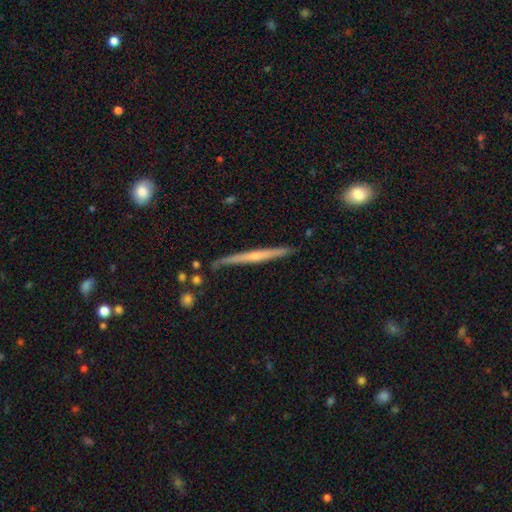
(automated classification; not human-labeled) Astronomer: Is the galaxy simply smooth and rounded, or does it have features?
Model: featured or disk — 64%.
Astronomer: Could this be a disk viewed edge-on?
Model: yes — 97%.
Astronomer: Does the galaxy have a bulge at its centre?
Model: rounded — 48% (runner-up: none, 46%).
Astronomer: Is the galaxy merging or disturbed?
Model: none — 84%.